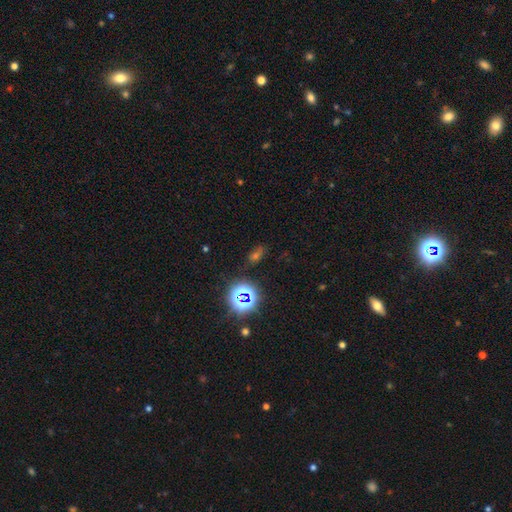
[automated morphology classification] Q: Smooth or featured?
A: star or artifact (57%); runner-up: smooth (32%)